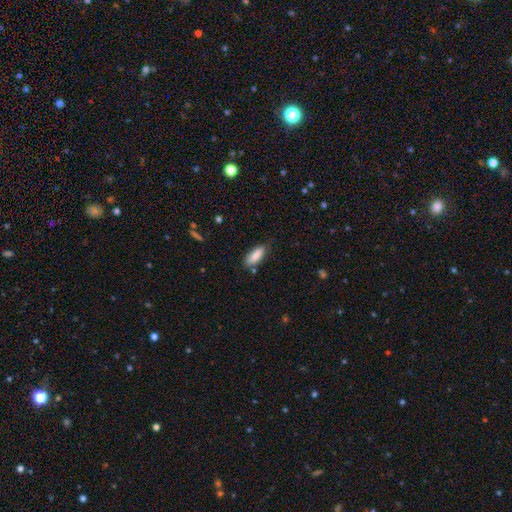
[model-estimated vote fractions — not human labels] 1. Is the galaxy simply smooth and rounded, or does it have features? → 86% smooth, 7% featured or disk, 7% star or artifact.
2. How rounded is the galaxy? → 74% in between, 25% cigar-shaped, 2% round.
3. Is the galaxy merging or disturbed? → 75% none, 19% minor disturbance, 3% major disturbance, 3% merger.